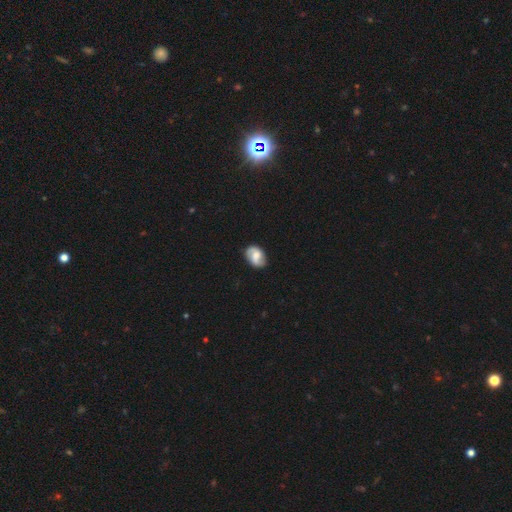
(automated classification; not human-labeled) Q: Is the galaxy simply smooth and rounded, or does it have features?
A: featured or disk — 55%.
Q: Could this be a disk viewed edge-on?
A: no — 97%.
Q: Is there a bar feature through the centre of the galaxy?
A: weak — 45%.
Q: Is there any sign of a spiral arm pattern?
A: yes — 87%.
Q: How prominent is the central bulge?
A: moderate — 50%.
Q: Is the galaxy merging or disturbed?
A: none — 80%.